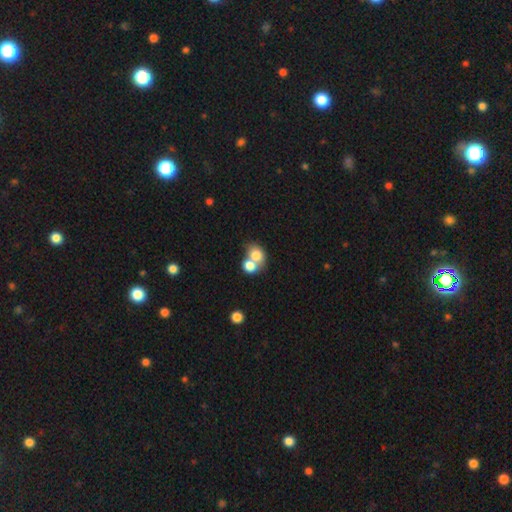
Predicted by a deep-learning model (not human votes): A smooth galaxy with no disk features (76%) that is round (57%).

Vote fractions:
- Smooth or featured? smooth: 76% / featured or disk: 14% / star or artifact: 10%
- How rounded? round: 57% / in between: 42% / cigar-shaped: 1%
- Merging? merger: 63% / none: 27% / minor disturbance: 7% / major disturbance: 3%